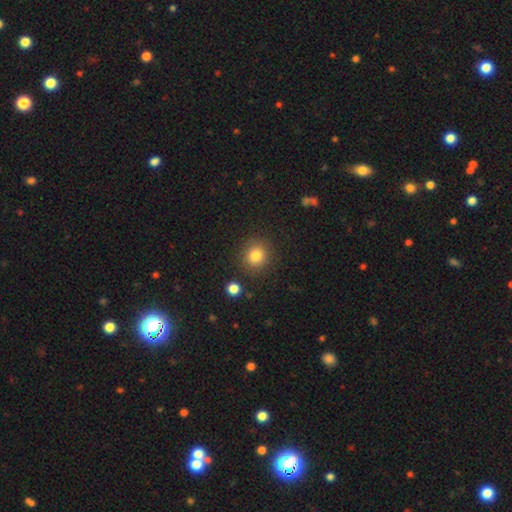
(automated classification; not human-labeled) Morphology: type=smooth (81%); roundness=round (88%); merging=none (87%).